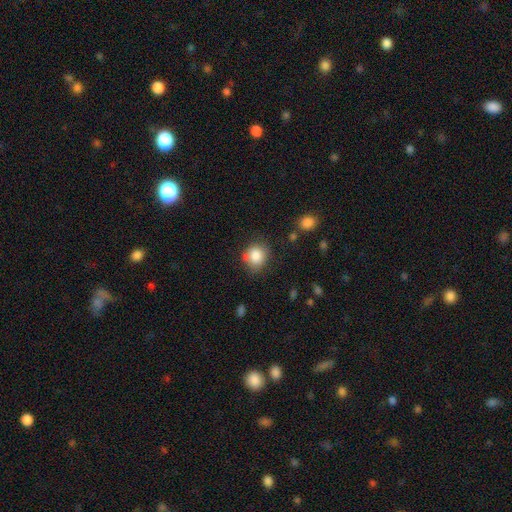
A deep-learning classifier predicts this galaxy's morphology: A smooth galaxy with no disk features (84%) that is round (76%).

Vote fractions:
- Smooth or featured? smooth: 84% / star or artifact: 9% / featured or disk: 6%
- How rounded? round: 76% / in between: 23% / cigar-shaped: 1%
- Merging? none: 71% / minor disturbance: 18% / merger: 6% / major disturbance: 5%